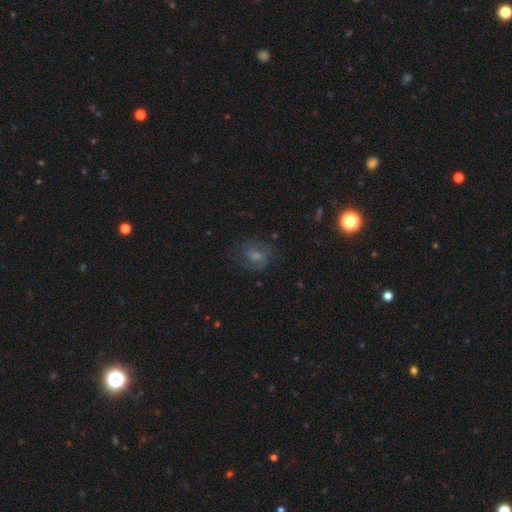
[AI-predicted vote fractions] Overall: featured or disk (47%; smooth 29%). Merging: none (75%).